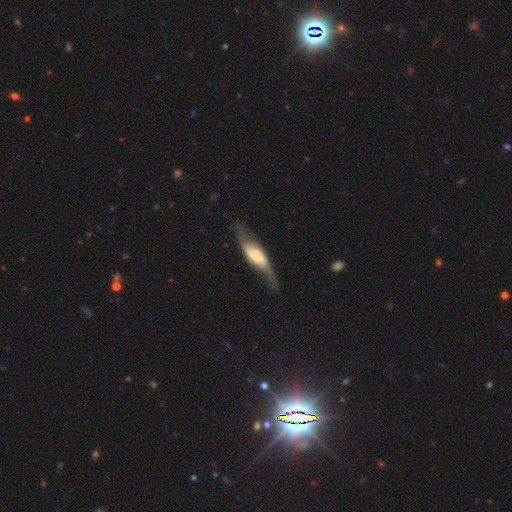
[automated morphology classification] Smooth or featured: featured or disk — 59% (smooth — 35%)
Edge-on disk: no — 62% (yes — 38%)
Merging: none — 51% (minor disturbance — 28%)